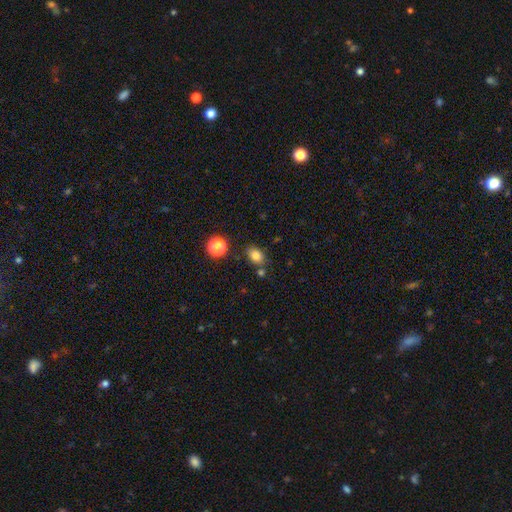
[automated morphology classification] Q: Smooth or featured?
A: smooth (81%); runner-up: star or artifact (12%)
Q: How rounded?
A: in between (69%); runner-up: round (30%)
Q: Merging?
A: none (76%); runner-up: minor disturbance (12%)